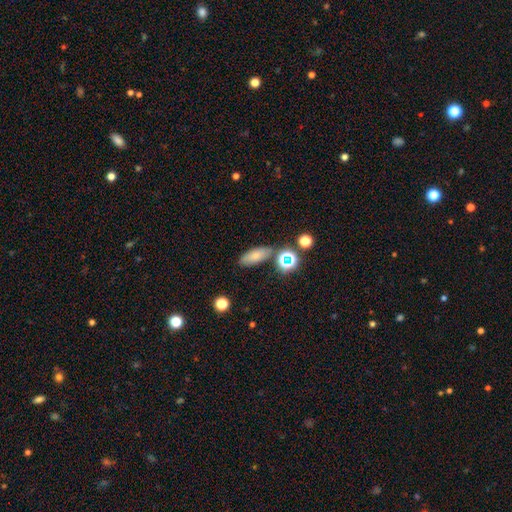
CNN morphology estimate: Q: Smooth or featured?
A: smooth (72%); runner-up: featured or disk (14%)
Q: How rounded?
A: in between (74%); runner-up: cigar-shaped (19%)
Q: Merging?
A: none (75%); runner-up: minor disturbance (14%)